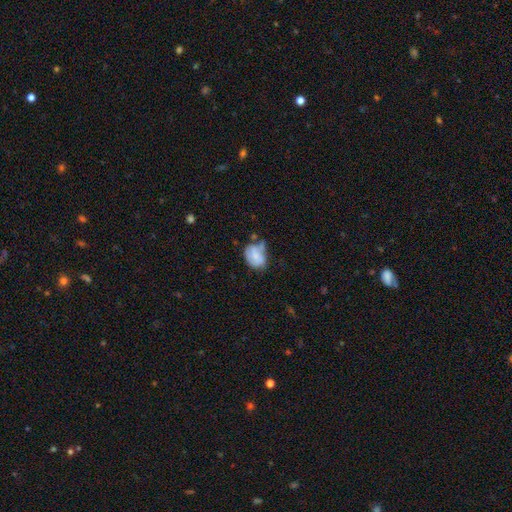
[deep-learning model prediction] Q: Smooth or featured?
A: smooth (64%); runner-up: featured or disk (27%)
Q: How rounded?
A: in between (64%); runner-up: round (35%)
Q: Merging?
A: minor disturbance (36%); runner-up: none (34%)